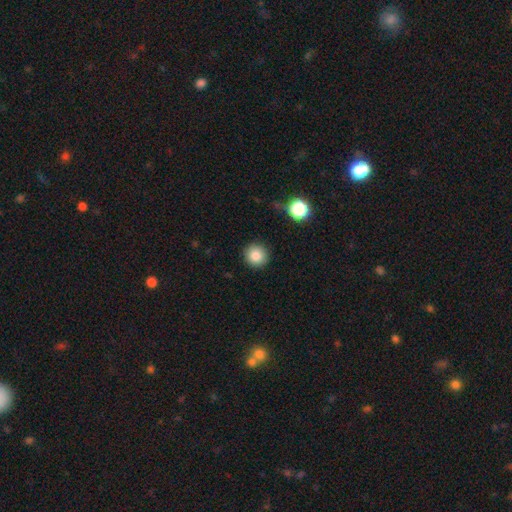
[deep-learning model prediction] Overall: smooth (84%). How rounded: round (94%). Merging: none (91%).